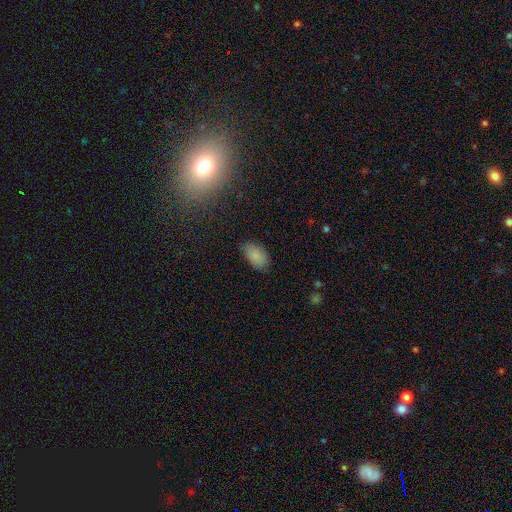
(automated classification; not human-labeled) A smooth galaxy with no disk features (86%) that is in between round and cigar-shaped (93%).

Vote fractions:
- Smooth or featured? smooth: 86% / star or artifact: 9% / featured or disk: 5%
- How rounded? in between: 93% / round: 5% / cigar-shaped: 2%
- Merging? none: 80% / minor disturbance: 15% / major disturbance: 3% / merger: 1%